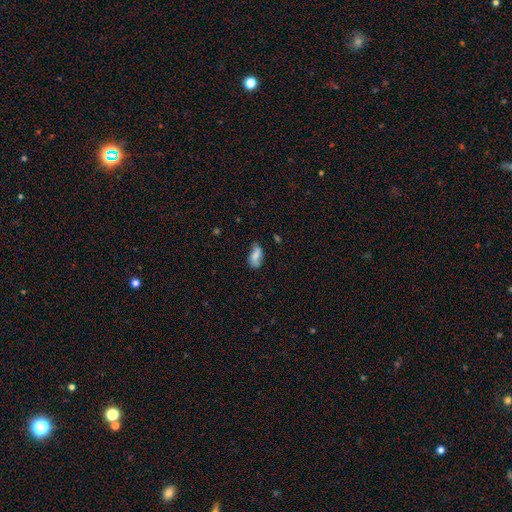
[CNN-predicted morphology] This is likely a smooth galaxy (69%). How rounded: clearly in between (90%). Merging: likely none (60%).